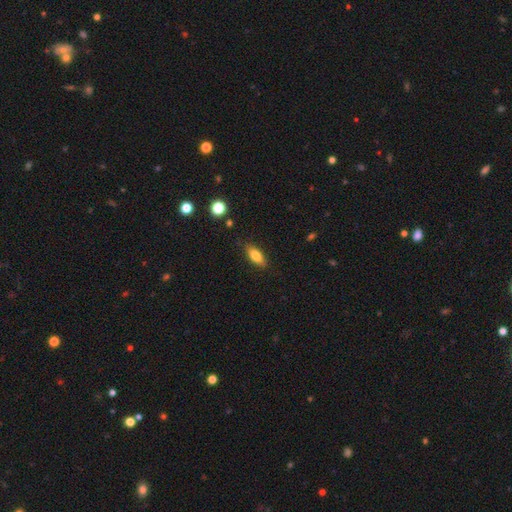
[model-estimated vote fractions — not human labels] The model was most divided on "how rounded": in between: 74%, cigar-shaped: 23%, round: 3%. More confident: merging — none (84%); smooth or featured — smooth (75%).